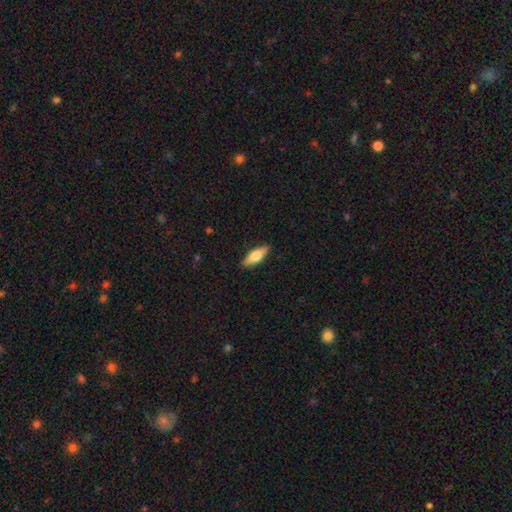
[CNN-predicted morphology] smooth-or-featured: smooth: 68% | featured or disk: 27% | star or artifact: 6%
  how-rounded: in between: 58% | cigar-shaped: 40% | round: 2%
  merging: none: 89% | minor disturbance: 8% | major disturbance: 2% | merger: 1%